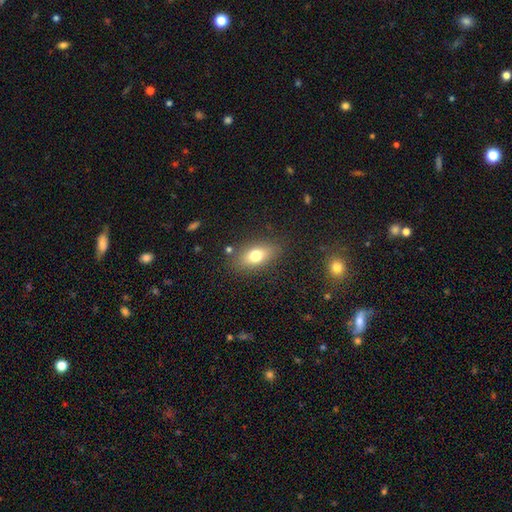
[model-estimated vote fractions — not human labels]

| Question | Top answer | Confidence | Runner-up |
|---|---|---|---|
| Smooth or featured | smooth | 73% | featured or disk (18%) |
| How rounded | in between | 83% | round (9%) |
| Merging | none | 82% | minor disturbance (12%) |